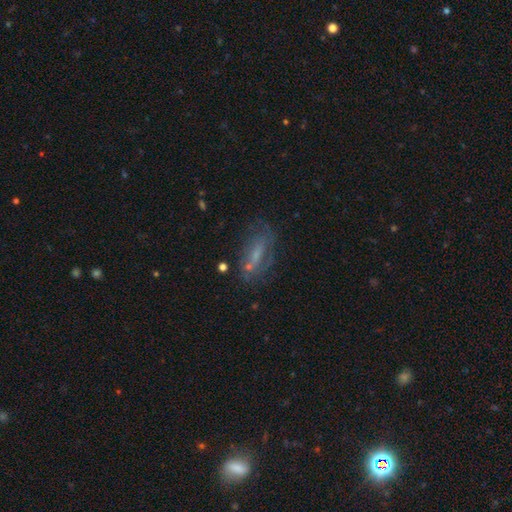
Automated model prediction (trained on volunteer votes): Smooth or featured?
  - featured or disk: 45% *
  - smooth: 37%
  - star or artifact: 18%
Merging?
  - none: 65% *
  - minor disturbance: 19%
  - major disturbance: 11%
  - merger: 5%